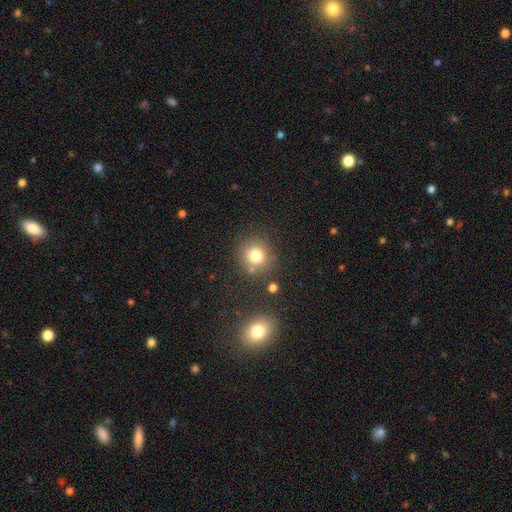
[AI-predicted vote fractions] This is likely a smooth galaxy (77%). How rounded: clearly round (87%). Merging: likely none (78%).